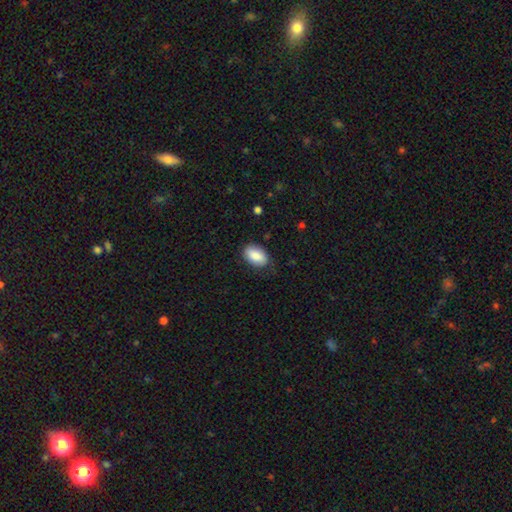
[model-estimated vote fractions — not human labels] A smooth galaxy with no disk features (87%) that is in between round and cigar-shaped (92%). Merging: none (78%).